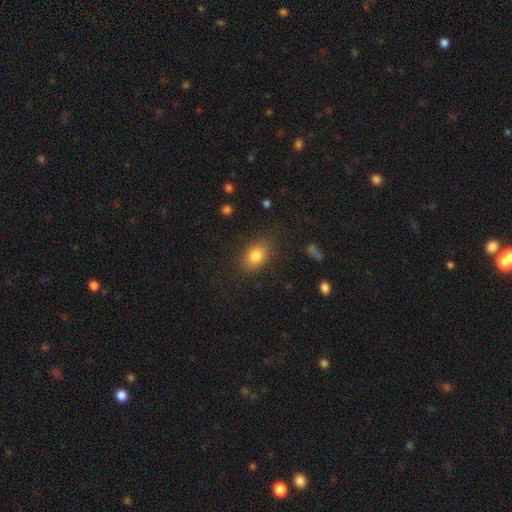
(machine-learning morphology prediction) type=smooth (81%); roundness=in between (64%); merging=none (80%).